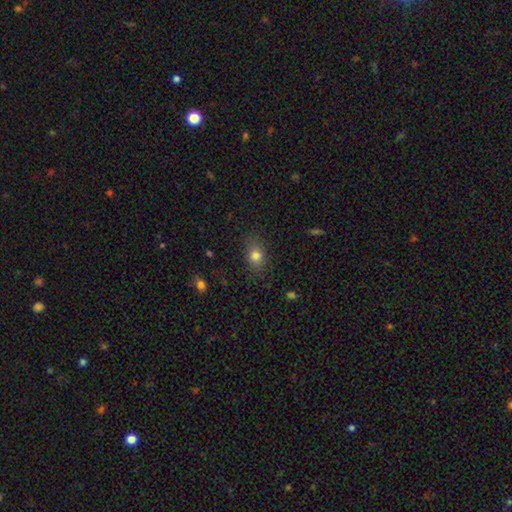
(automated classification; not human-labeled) This is clearly a smooth galaxy (80%). How rounded: likely in between (61%). Merging: clearly none (83%).